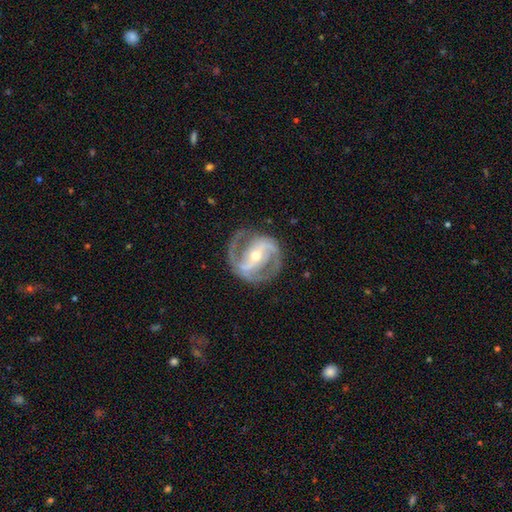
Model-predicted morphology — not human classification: Smooth or featured? featured or disk (90%)
Edge-on disk? no (97%)
Bar? strong (54%)
Spiral arms? yes (95%)
Spiral winding? medium (53%)
Spiral arm count? 2 (86%)
Bulge size? moderate (50%)
Merging? none (78%)